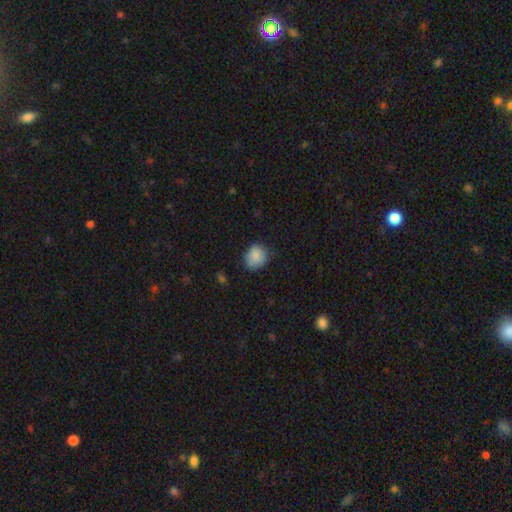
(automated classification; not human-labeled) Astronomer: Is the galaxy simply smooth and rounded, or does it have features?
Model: smooth — 87%.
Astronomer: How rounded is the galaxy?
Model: round — 73%.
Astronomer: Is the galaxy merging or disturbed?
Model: none — 74%.